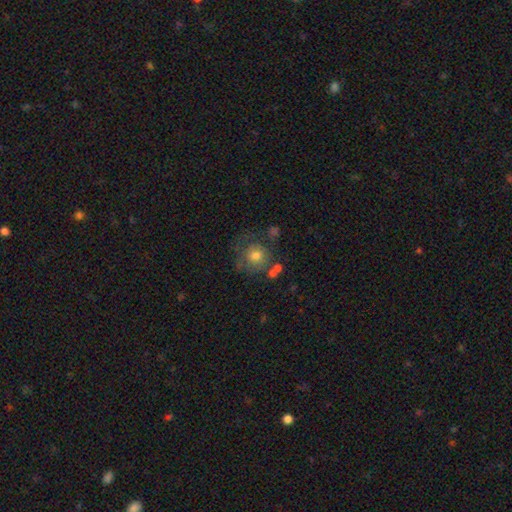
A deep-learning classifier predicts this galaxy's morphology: smooth_or_featured: smooth (p=0.65) [alt: featured or disk p=0.25]
how_rounded: round (p=0.87) [alt: in between p=0.12]
merging: none (p=0.52) [alt: minor disturbance p=0.21]